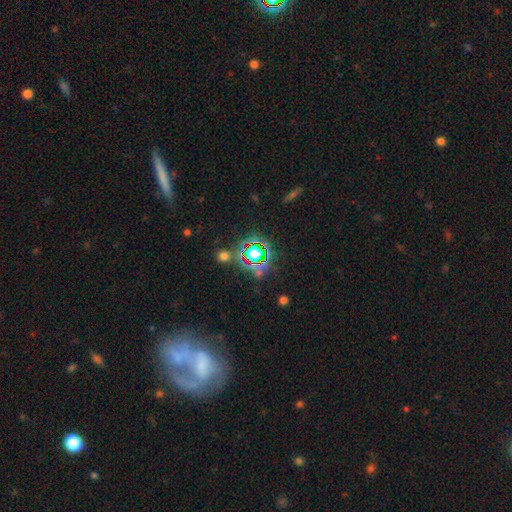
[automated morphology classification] Overall: star or artifact (67%).